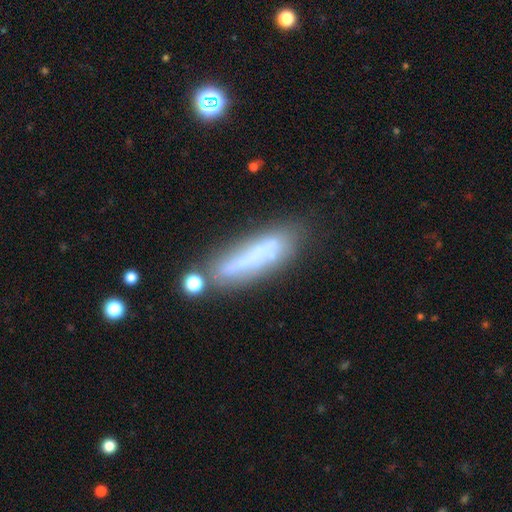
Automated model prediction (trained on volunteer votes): Smooth or featured? smooth (47%)
Merging? none (58%)